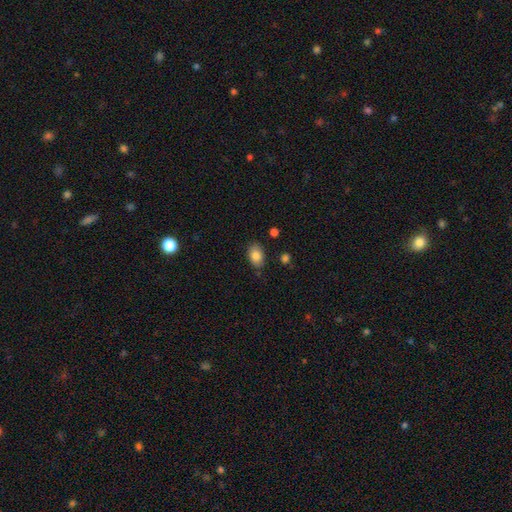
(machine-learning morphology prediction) Q: Smooth or featured?
A: smooth (85%); runner-up: star or artifact (8%)
Q: How rounded?
A: in between (84%); runner-up: round (14%)
Q: Merging?
A: none (79%); runner-up: minor disturbance (15%)